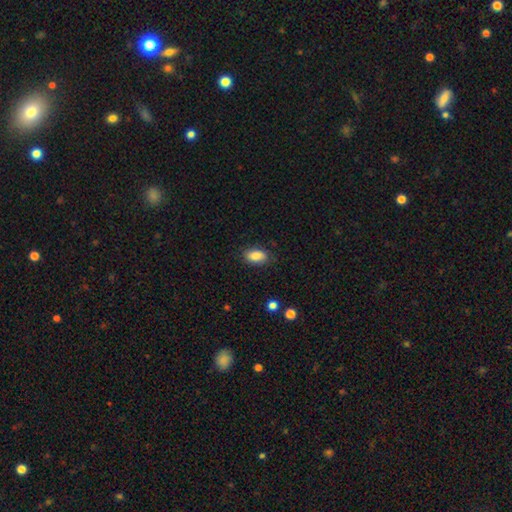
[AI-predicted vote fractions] Smooth or featured? smooth (86%)
How rounded? in between (91%)
Merging? none (82%)